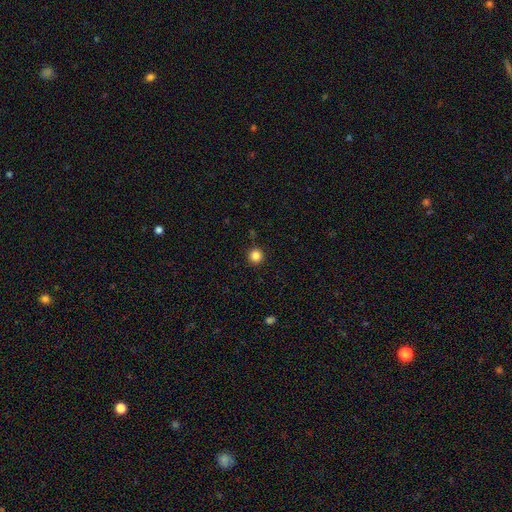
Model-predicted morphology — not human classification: Smooth or featured: smooth — 85% (star or artifact — 11%)
How rounded: round — 95% (in between — 4%)
Merging: none — 92% (minor disturbance — 5%)